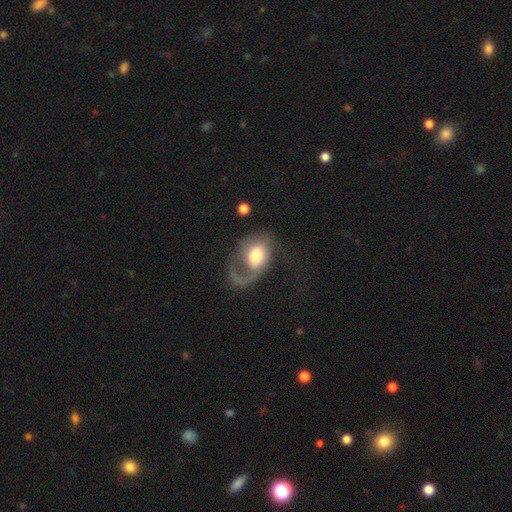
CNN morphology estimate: This is possibly a featured or disk galaxy (47%). Merging: possibly major disturbance (54%).